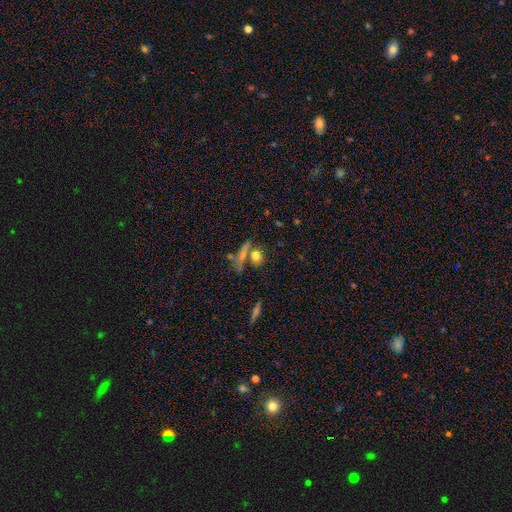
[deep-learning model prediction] A smooth galaxy with no disk features (74%) that is round (59%).

Vote fractions:
- Smooth or featured? smooth: 74% / featured or disk: 14% / star or artifact: 12%
- How rounded? round: 59% / in between: 25% / cigar-shaped: 15%
- Merging? none: 62% / merger: 21% / minor disturbance: 11% / major disturbance: 6%